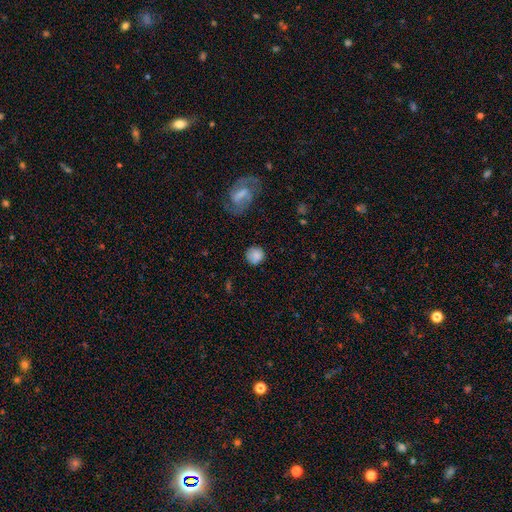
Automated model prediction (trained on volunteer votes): smooth-or-featured: smooth: 80% | featured or disk: 11% | star or artifact: 9%
  how-rounded: round: 88% | in between: 11% | cigar-shaped: 1%
  merging: none: 76% | minor disturbance: 16% | major disturbance: 5% | merger: 3%